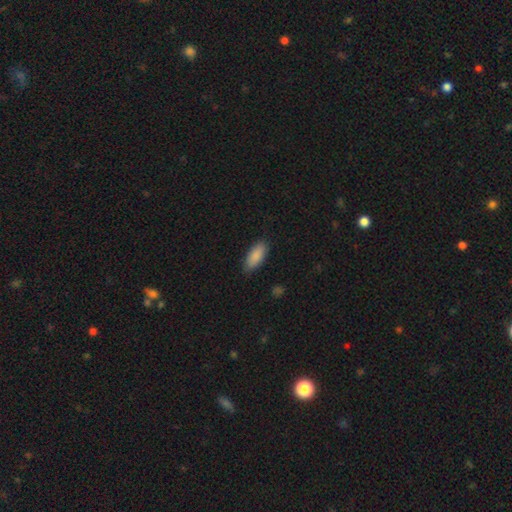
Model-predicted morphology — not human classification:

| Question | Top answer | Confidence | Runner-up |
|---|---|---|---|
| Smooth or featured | smooth | 89% | star or artifact (6%) |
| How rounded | in between | 84% | cigar-shaped (14%) |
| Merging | none | 85% | minor disturbance (11%) |